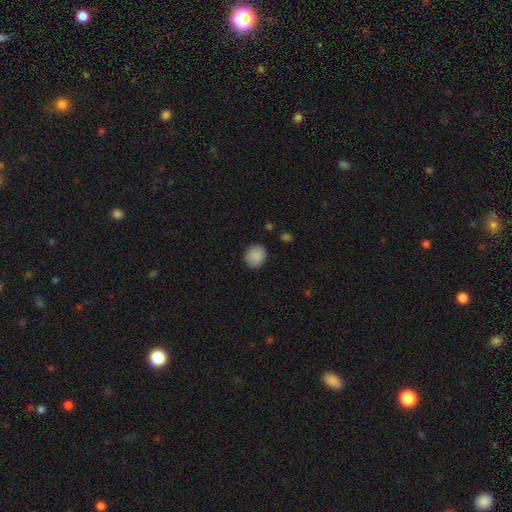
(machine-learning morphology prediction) A smooth galaxy with no disk features (89%) that is round (86%). Merging: none (88%).